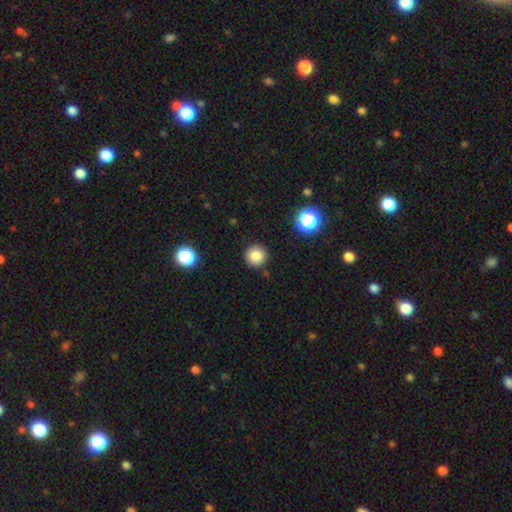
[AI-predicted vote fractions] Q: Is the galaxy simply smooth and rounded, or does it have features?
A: smooth — 83%.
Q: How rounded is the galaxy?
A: round — 95%.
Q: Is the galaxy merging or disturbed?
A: none — 90%.